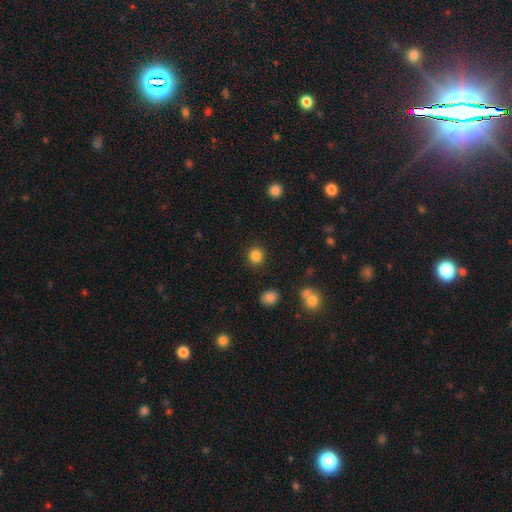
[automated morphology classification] A smooth galaxy with no disk features (84%) that is round (91%).

Vote fractions:
- Smooth or featured? smooth: 84% / star or artifact: 11% / featured or disk: 4%
- How rounded? round: 91% / in between: 8% / cigar-shaped: 1%
- Merging? none: 90% / minor disturbance: 6% / major disturbance: 2% / merger: 2%